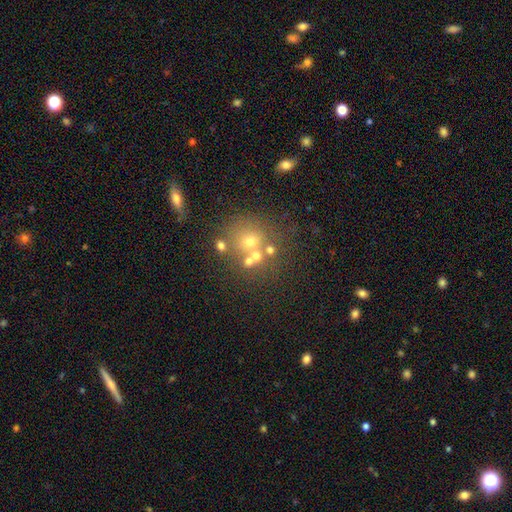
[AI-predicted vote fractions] Smooth or featured: smooth — 47% (star or artifact — 29%)
Merging: none — 52% (merger — 33%)